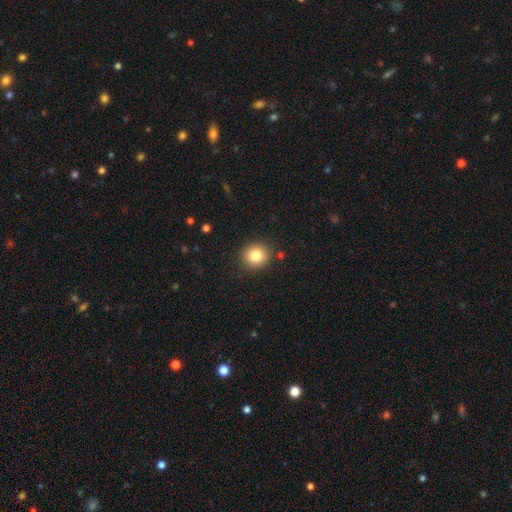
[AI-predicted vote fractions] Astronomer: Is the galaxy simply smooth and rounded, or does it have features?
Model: smooth — 82%.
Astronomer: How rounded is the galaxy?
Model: round — 86%.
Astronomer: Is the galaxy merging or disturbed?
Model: none — 88%.